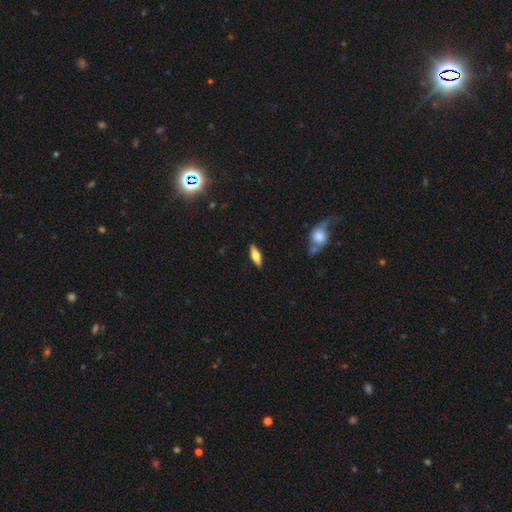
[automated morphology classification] Q: Smooth or featured?
A: smooth (56%); runner-up: featured or disk (37%)
Q: How rounded?
A: in between (59%); runner-up: cigar-shaped (38%)
Q: Merging?
A: none (86%); runner-up: minor disturbance (9%)